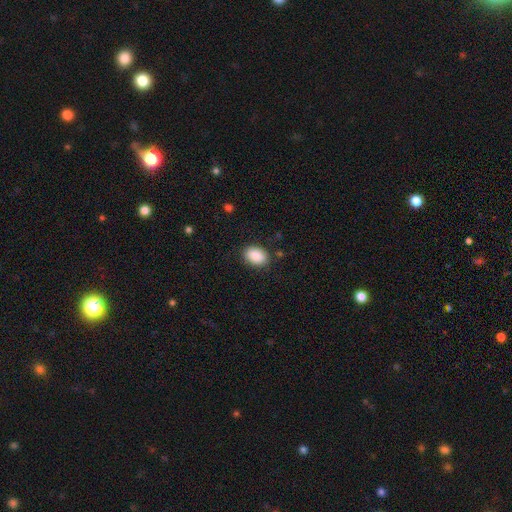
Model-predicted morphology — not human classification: Smooth or featured: smooth — 89% (star or artifact — 7%)
How rounded: in between — 83% (round — 16%)
Merging: none — 85% (minor disturbance — 10%)